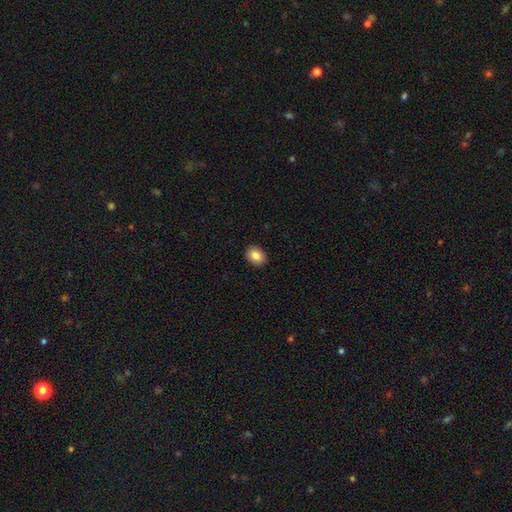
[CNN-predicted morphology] A smooth galaxy with no disk features (86%) that is in between round and cigar-shaped (58%).

Vote fractions:
- Smooth or featured? smooth: 86% / star or artifact: 8% / featured or disk: 6%
- How rounded? in between: 58% / round: 41% / cigar-shaped: 1%
- Merging? none: 92% / minor disturbance: 6% / major disturbance: 2% / merger: 1%